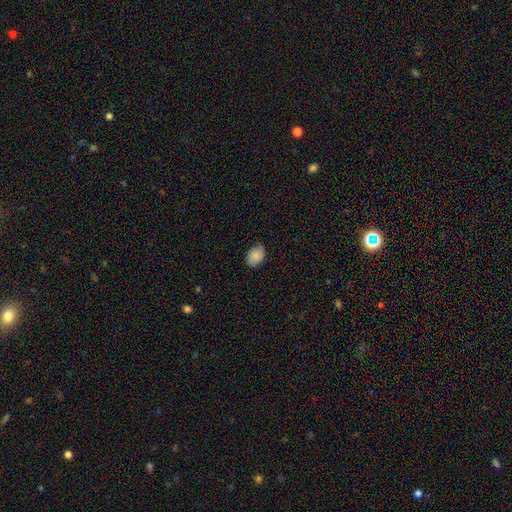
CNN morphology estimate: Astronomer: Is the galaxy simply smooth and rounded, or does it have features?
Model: smooth — 85%.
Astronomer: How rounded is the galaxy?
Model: in between — 82%.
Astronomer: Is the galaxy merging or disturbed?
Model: none — 82%.